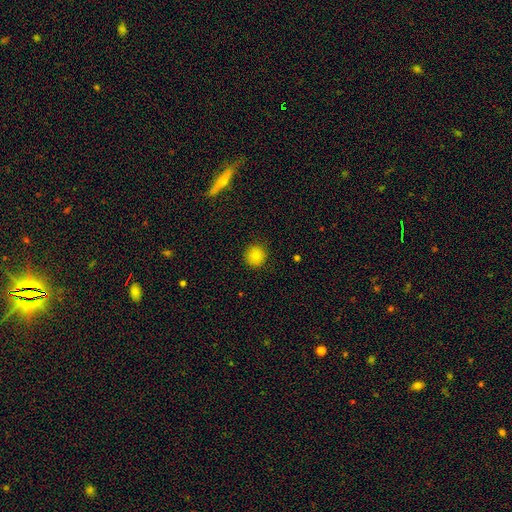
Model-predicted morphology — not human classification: smooth_or_featured: smooth (p=0.83) [alt: star or artifact p=0.11]
how_rounded: round (p=0.94) [alt: in between p=0.05]
merging: none (p=0.90) [alt: minor disturbance p=0.07]